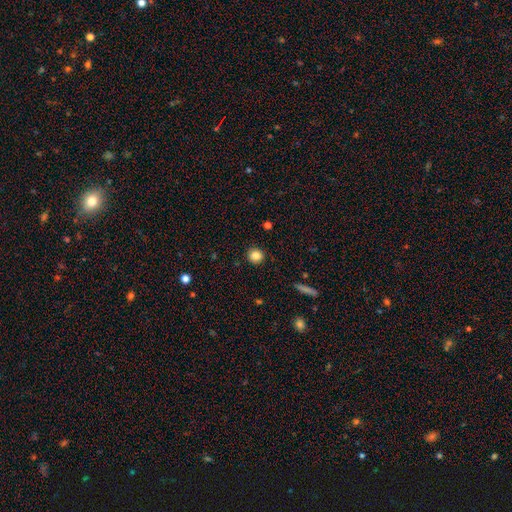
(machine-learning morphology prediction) smooth 85%, star or artifact 10%, featured or disk 5%. Down the decision tree: how rounded — round (92%); merging — none (91%).